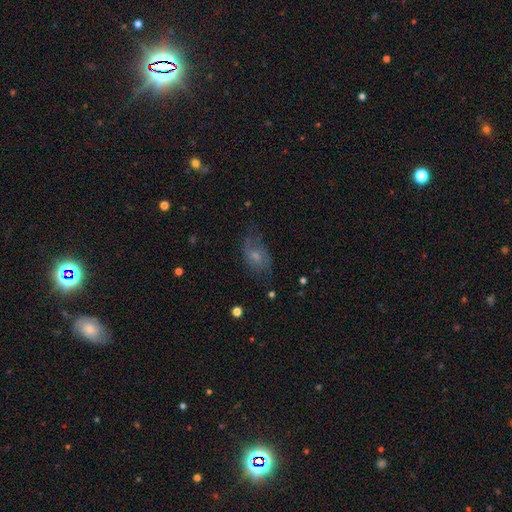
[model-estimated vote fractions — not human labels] A smooth galaxy with no disk features (45%). Merging: none (56%).